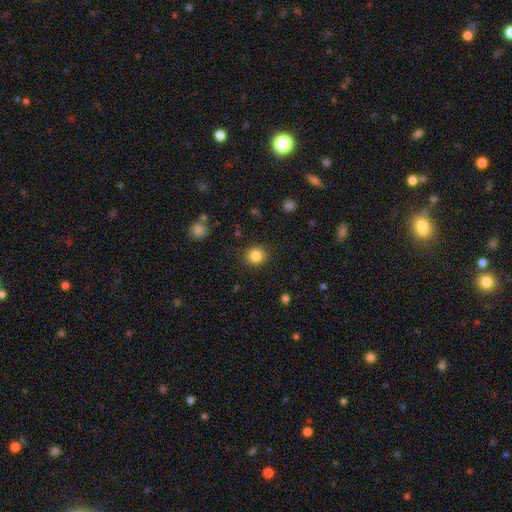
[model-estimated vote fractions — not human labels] The model was most divided on "smooth or featured": smooth: 84%, star or artifact: 10%, featured or disk: 6%. More confident: merging — none (90%); how rounded — round (89%).